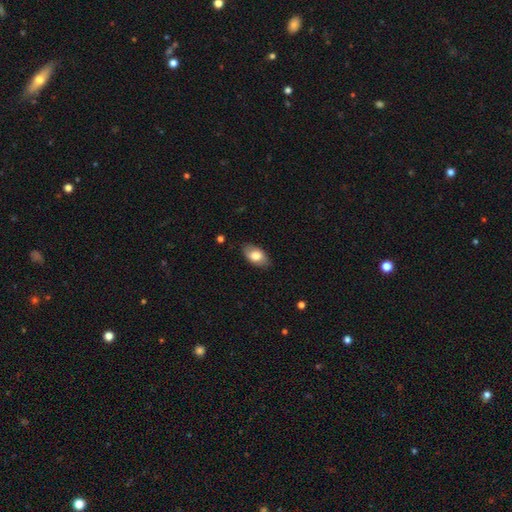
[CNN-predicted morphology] Overall: smooth (77%). How rounded: in between (93%). Merging: none (84%).